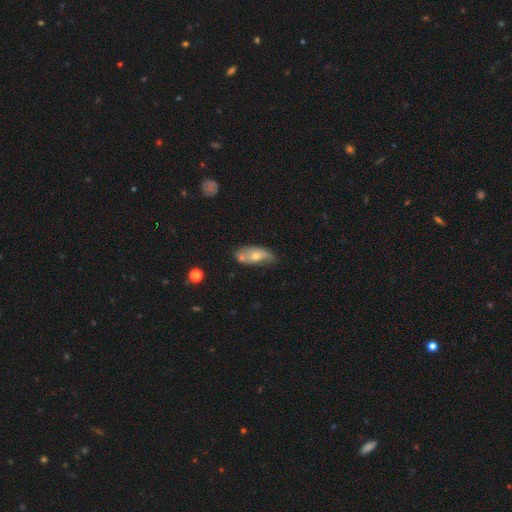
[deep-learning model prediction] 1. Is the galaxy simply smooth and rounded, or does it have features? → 50% smooth, 42% featured or disk, 8% star or artifact.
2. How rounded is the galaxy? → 82% in between, 13% cigar-shaped, 5% round.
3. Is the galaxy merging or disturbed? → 42% none, 29% minor disturbance, 19% merger, 10% major disturbance.